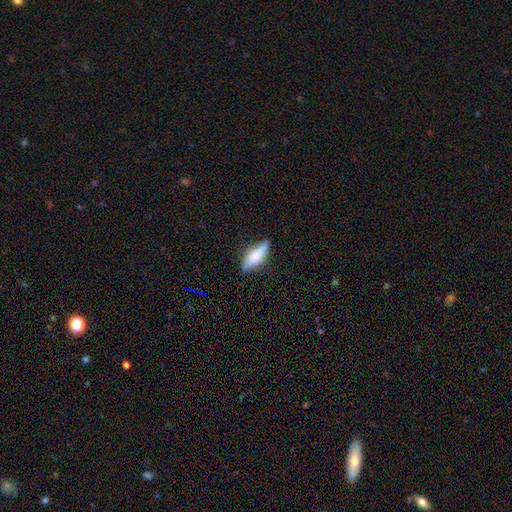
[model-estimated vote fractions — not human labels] Smooth or featured? smooth (67%)
How rounded? in between (59%)
Merging? none (69%)